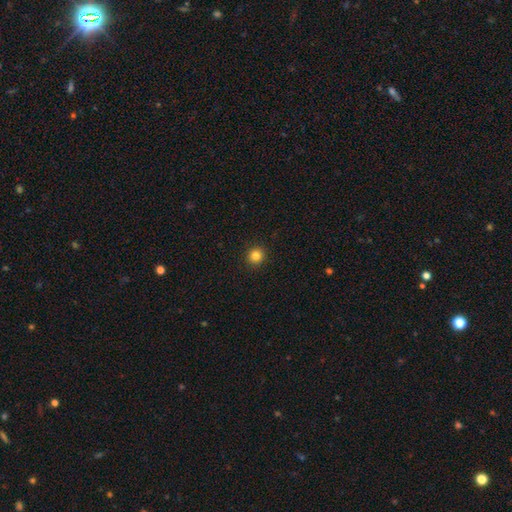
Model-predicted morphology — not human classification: smooth_or_featured: smooth (p=0.83) [alt: star or artifact p=0.12]
how_rounded: round (p=0.92) [alt: in between p=0.07]
merging: none (p=0.92) [alt: minor disturbance p=0.05]